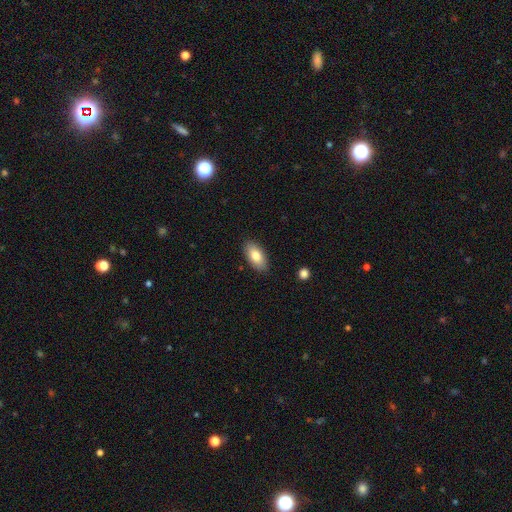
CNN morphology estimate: Smooth or featured? Predicted: smooth (p=0.81). How rounded? Predicted: in between (p=0.92). Merging? Predicted: none (p=0.88).